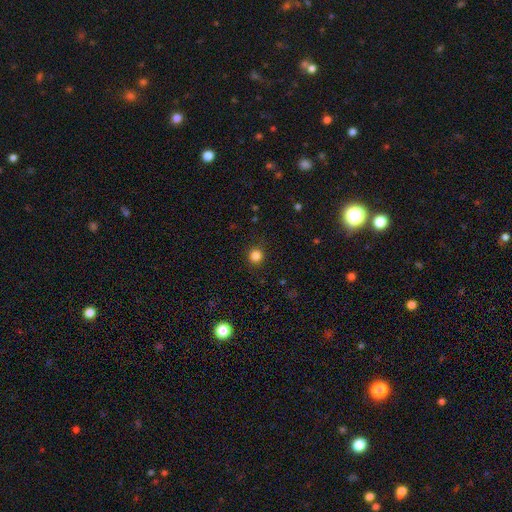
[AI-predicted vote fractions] The model was most divided on "smooth or featured": smooth: 84%, star or artifact: 13%, featured or disk: 3%. More confident: how rounded — round (93%); merging — none (91%).